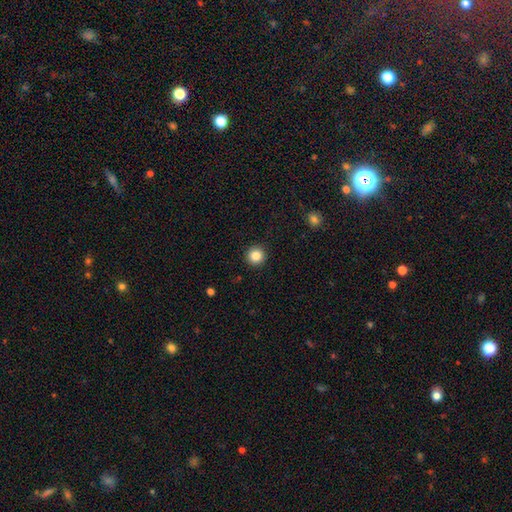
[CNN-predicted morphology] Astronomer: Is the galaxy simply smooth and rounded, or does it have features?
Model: smooth — 85%.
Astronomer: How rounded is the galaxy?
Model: round — 96%.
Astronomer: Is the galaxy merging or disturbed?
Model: none — 93%.